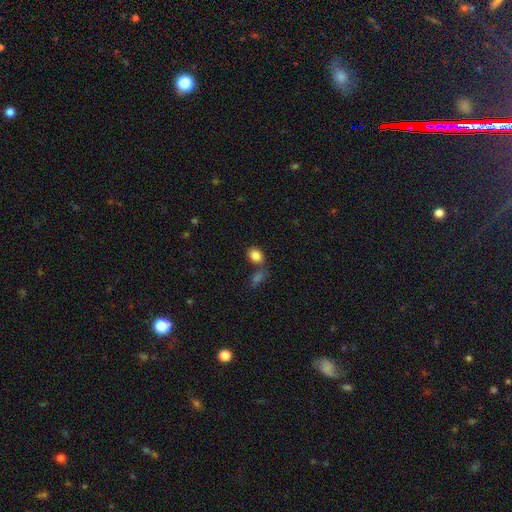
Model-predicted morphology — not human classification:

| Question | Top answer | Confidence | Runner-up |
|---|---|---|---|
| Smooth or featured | smooth | 86% | star or artifact (9%) |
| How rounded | in between | 73% | round (26%) |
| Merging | none | 64% | merger (20%) |